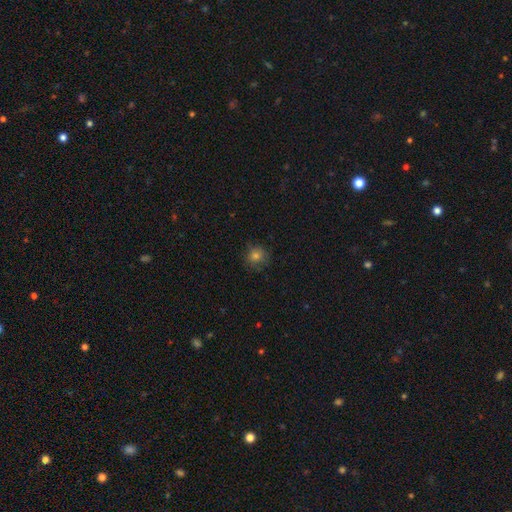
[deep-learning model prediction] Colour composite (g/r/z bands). It shows a smooth galaxy with no disk features (76%) that is round (87%). Merging: none (77%).